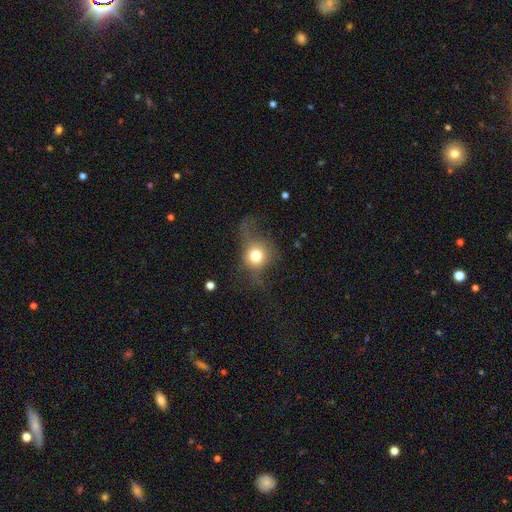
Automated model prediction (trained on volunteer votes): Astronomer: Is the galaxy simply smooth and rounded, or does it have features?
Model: smooth — 68%.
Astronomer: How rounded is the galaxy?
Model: round — 78%.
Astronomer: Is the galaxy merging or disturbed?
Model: none — 41% (runner-up: major disturbance, 34%).